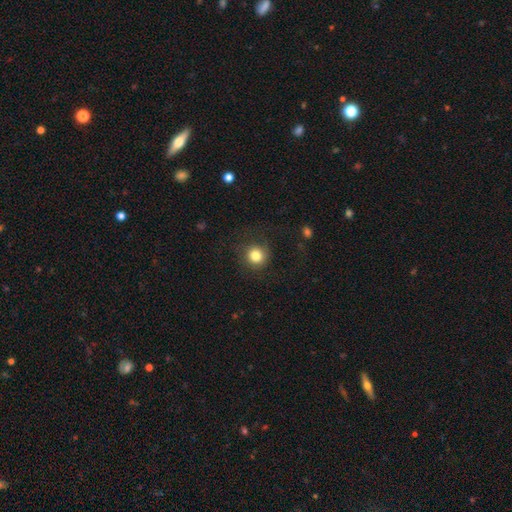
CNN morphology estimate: Smooth or featured? smooth (82%)
How rounded? round (91%)
Merging? none (80%)